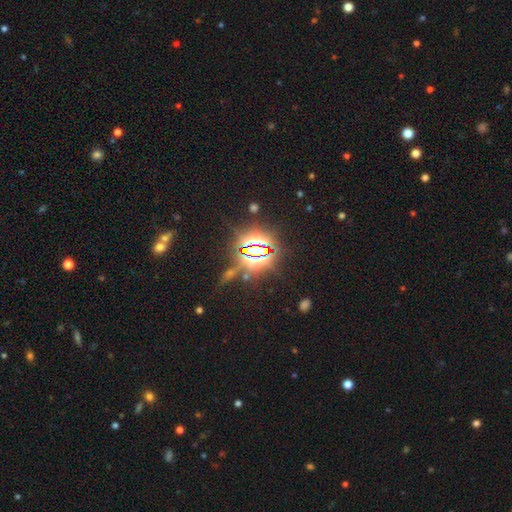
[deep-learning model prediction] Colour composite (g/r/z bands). It shows a star or artifact, not a galaxy (82%).